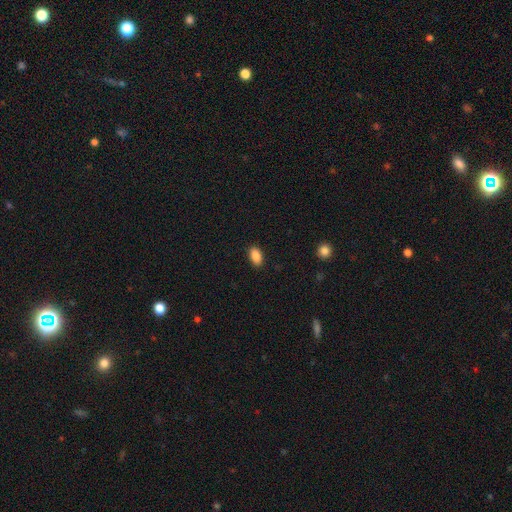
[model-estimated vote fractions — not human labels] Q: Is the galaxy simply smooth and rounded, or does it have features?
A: smooth — 88%.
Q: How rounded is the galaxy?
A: in between — 92%.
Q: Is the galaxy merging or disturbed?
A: none — 88%.